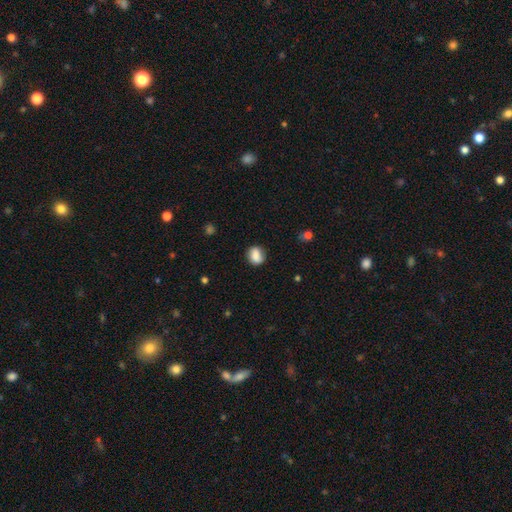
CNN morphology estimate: The model was most divided on "how rounded": round: 51%, in between: 47%, cigar-shaped: 2%. More confident: smooth or featured — smooth (79%); merging — none (76%).